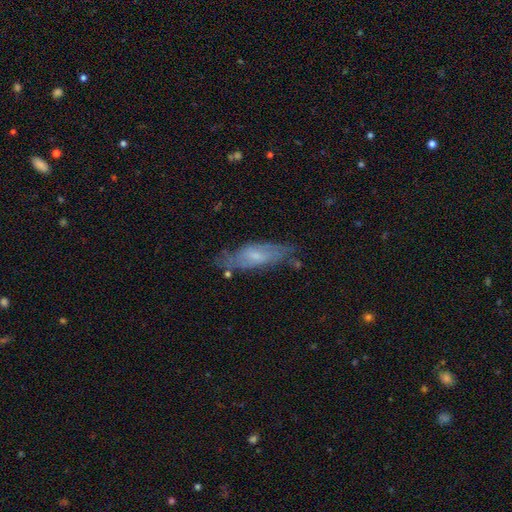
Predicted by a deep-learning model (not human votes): Smooth or featured?
  - featured or disk: 56% *
  - smooth: 37%
  - star or artifact: 8%
Edge-on disk?
  - no: 71% *
  - yes: 29%
Merging?
  - none: 66% *
  - minor disturbance: 23%
  - major disturbance: 8%
  - merger: 3%